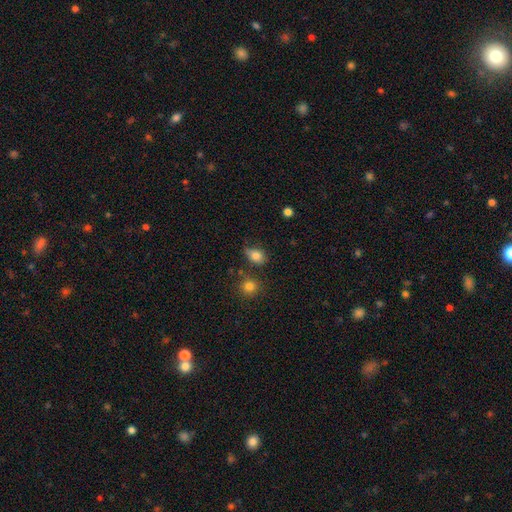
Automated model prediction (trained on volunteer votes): Smooth or featured? Predicted: smooth (p=0.82). How rounded? Predicted: in between (p=0.73). Merging? Predicted: none (p=0.58).